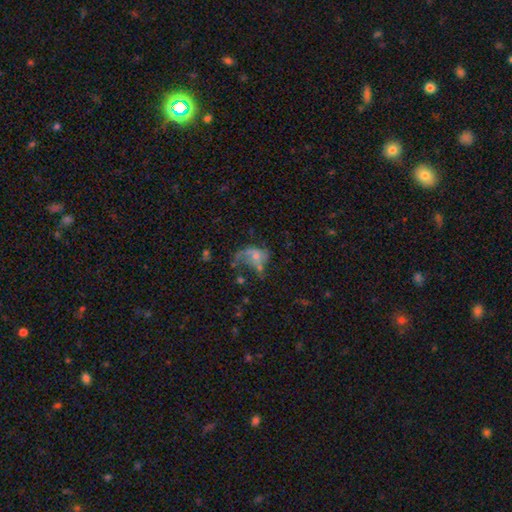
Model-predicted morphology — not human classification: This is possibly a featured or disk galaxy (51%). It is clearly not viewed edge-on (97%). Merging: marginally major disturbance (42%).